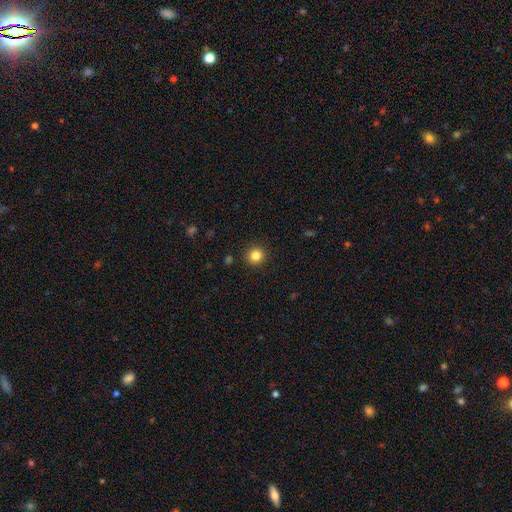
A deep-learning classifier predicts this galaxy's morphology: Smooth or featured: smooth — 84% (star or artifact — 12%)
How rounded: round — 92% (in between — 7%)
Merging: none — 91% (minor disturbance — 5%)